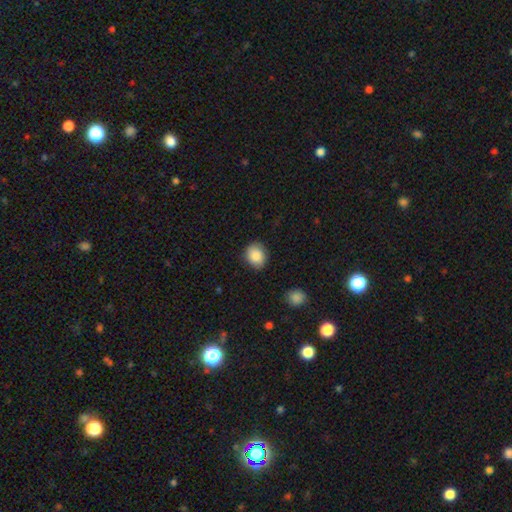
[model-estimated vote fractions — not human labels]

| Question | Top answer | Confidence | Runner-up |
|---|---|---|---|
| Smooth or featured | smooth | 87% | star or artifact (8%) |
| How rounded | round | 58% | in between (41%) |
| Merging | none | 85% | minor disturbance (11%) |